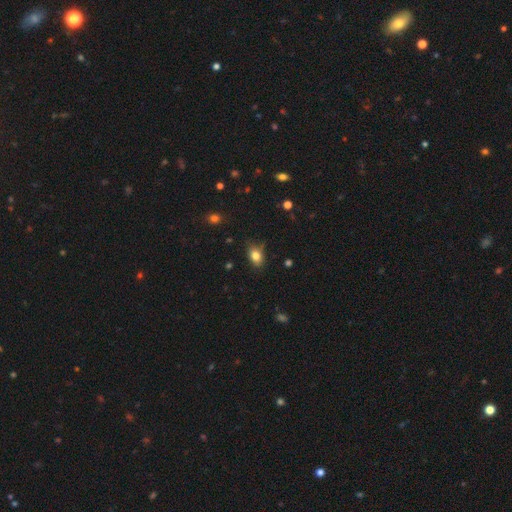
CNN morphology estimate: Smooth or featured? Predicted: smooth (p=0.82). How rounded? Predicted: in between (p=0.78). Merging? Predicted: none (p=0.76).